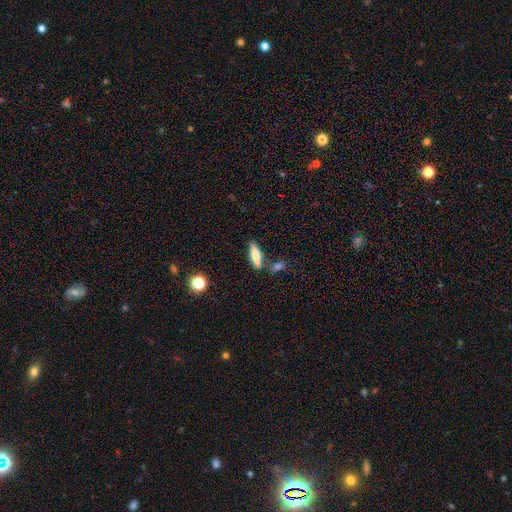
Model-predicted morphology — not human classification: type=smooth (68%); roundness=cigar-shaped (61%); merging=none (72%).